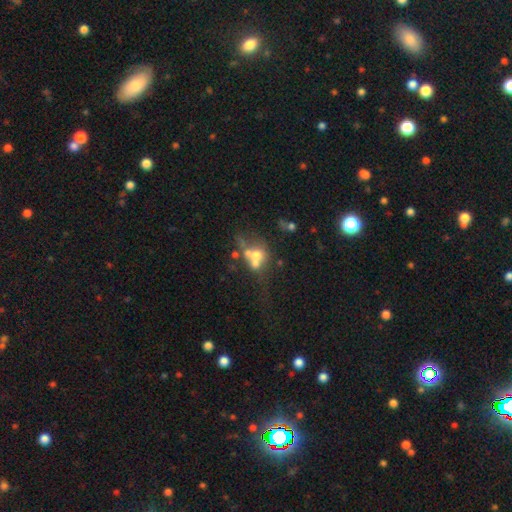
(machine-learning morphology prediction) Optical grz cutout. It shows a smooth galaxy with no disk features (46%). Merging: merger (52%).